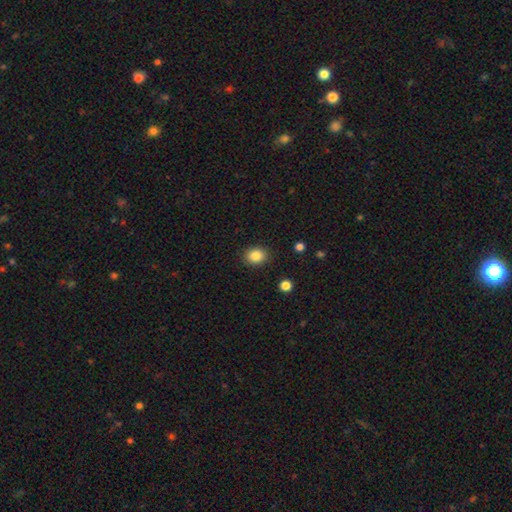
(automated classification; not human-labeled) Morphology: type=smooth (85%); roundness=round (51%); merging=none (88%).